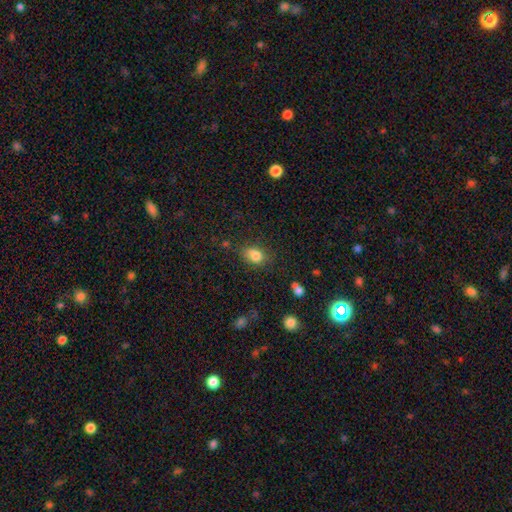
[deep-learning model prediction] Smooth or featured?
  - smooth: 80% *
  - star or artifact: 11%
  - featured or disk: 8%
How rounded?
  - in between: 69% *
  - round: 29%
  - cigar-shaped: 2%
Merging?
  - none: 67% *
  - minor disturbance: 23%
  - major disturbance: 6%
  - merger: 5%